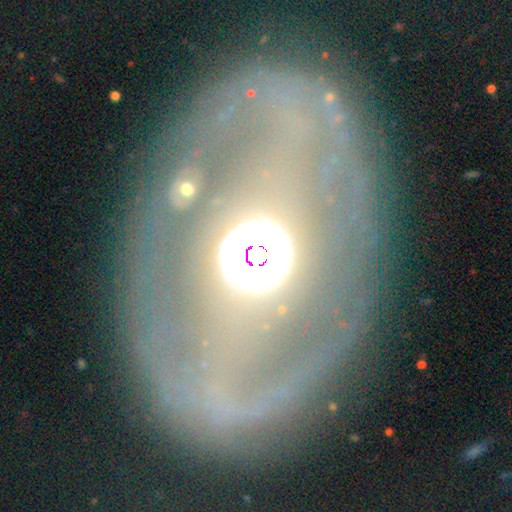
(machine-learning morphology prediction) This is possibly a featured or disk galaxy (46%). Merging: likely none (64%).